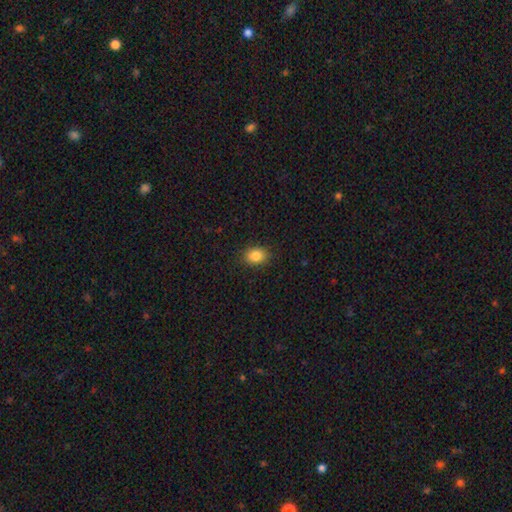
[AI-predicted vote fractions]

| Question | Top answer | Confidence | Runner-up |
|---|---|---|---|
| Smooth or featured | smooth | 85% | star or artifact (9%) |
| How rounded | in between | 62% | round (37%) |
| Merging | none | 89% | minor disturbance (8%) |